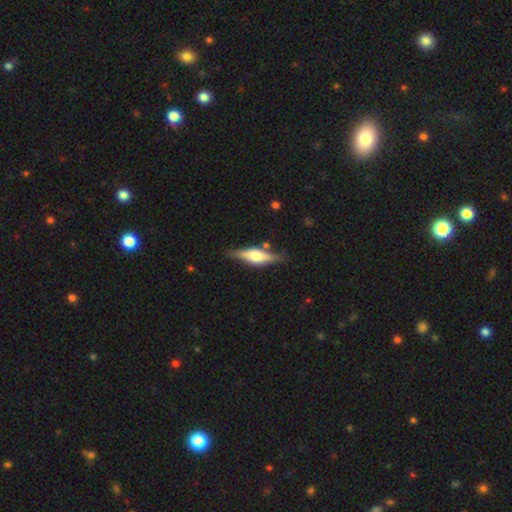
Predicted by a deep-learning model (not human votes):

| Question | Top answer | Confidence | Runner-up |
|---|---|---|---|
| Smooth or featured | featured or disk | 62% | smooth (32%) |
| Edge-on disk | yes | 93% | no (7%) |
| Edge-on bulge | rounded | 84% | boxy (13%) |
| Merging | none | 78% | minor disturbance (15%) |